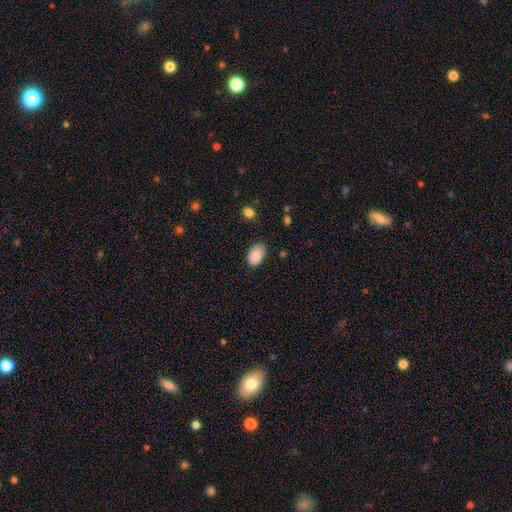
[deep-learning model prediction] This appears to be a smooth galaxy with no disk features (89%) that is in between round and cigar-shaped (90%). Merging: none (79%).